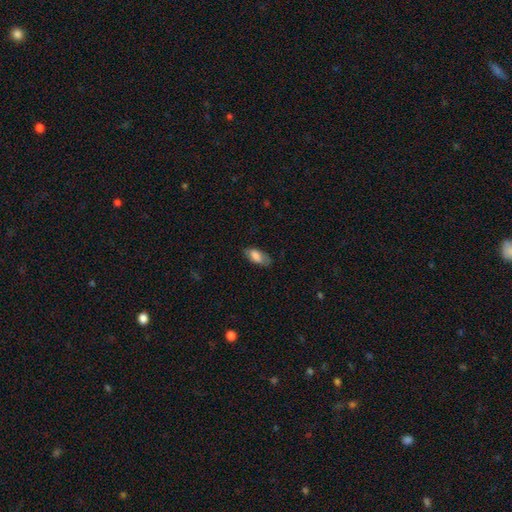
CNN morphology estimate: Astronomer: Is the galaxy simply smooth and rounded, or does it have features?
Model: smooth — 78%.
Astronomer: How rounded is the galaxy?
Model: in between — 87%.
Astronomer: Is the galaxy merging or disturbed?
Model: none — 68%.